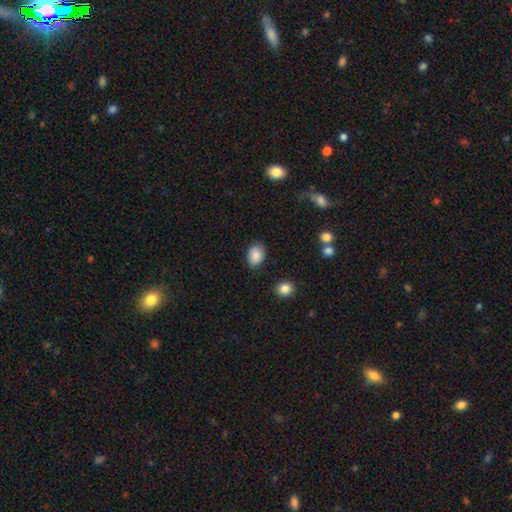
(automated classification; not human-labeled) Q: Smooth or featured?
A: smooth (86%); runner-up: star or artifact (8%)
Q: How rounded?
A: in between (72%); runner-up: round (27%)
Q: Merging?
A: none (79%); runner-up: minor disturbance (16%)